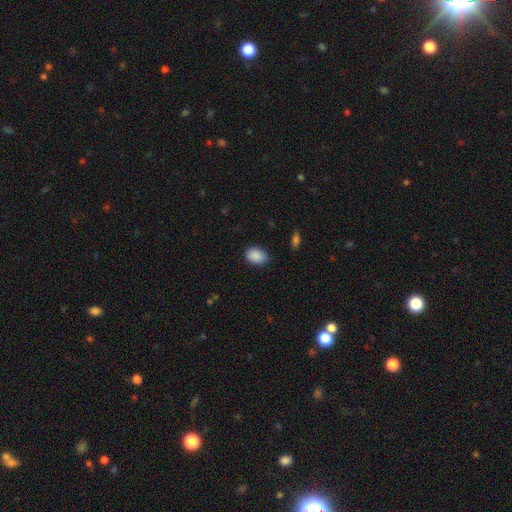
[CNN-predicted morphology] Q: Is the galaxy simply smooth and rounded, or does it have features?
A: smooth — 90%.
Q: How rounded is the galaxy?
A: in between — 82%.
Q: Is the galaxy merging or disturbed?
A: none — 84%.